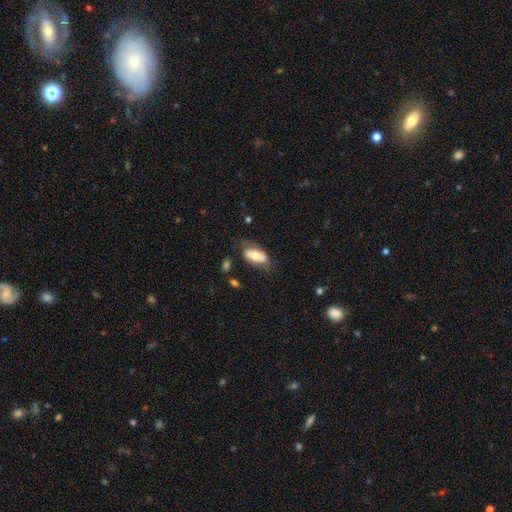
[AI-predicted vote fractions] A smooth galaxy with no disk features (66%) that is in between round and cigar-shaped (86%). Merging: none (63%).